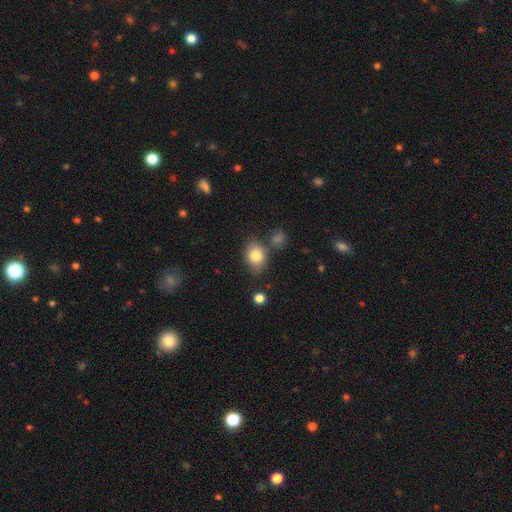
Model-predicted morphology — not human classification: A smooth galaxy with no disk features (82%) that is in between round and cigar-shaped (59%). Merging: none (71%).